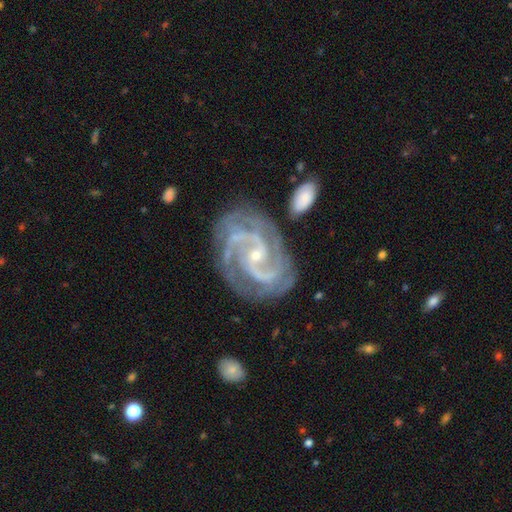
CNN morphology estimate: Smooth or featured?
  - featured or disk: 93% *
  - star or artifact: 5%
  - smooth: 2%
Edge-on disk?
  - no: 98% *
  - yes: 2%
Bar?
  - no: 48% *
  - weak: 35%
  - strong: 17%
Spiral arms?
  - yes: 99% *
  - no: 1%
Spiral winding?
  - medium: 48% *
  - tight: 44%
  - loose: 8%
Spiral arm count?
  - 2: 62% *
  - 3: 17%
  - can't tell: 7%
  - 4: 6%
  - more than 4: 4%
  - 1: 4%
Bulge size?
  - small: 80% *
  - moderate: 17%
  - none: 1%
  - large: 1%
  - dominant: 1%
Merging?
  - none: 70% *
  - minor disturbance: 19%
  - major disturbance: 7%
  - merger: 5%